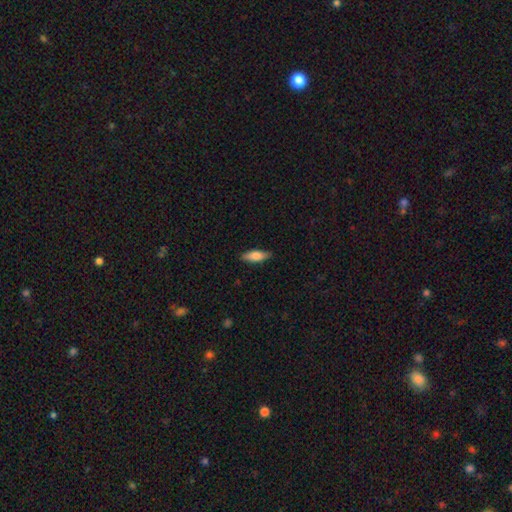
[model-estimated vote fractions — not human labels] Morphology: type=smooth (77%); roundness=in between (59%); merging=none (86%).